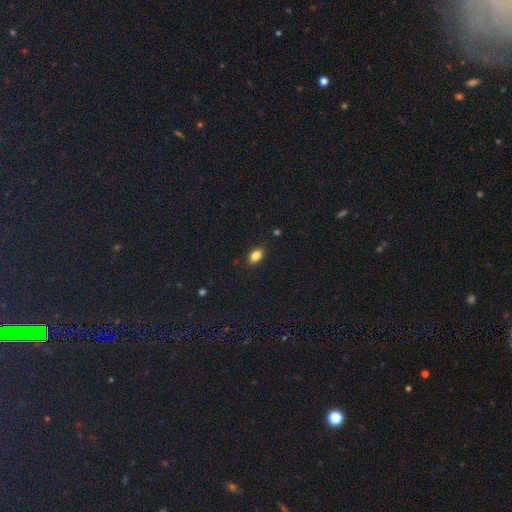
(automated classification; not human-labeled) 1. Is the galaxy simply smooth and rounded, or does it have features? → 80% smooth, 10% featured or disk, 10% star or artifact.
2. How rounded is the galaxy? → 88% in between, 7% round, 5% cigar-shaped.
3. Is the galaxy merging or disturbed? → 86% none, 10% minor disturbance, 2% major disturbance, 1% merger.